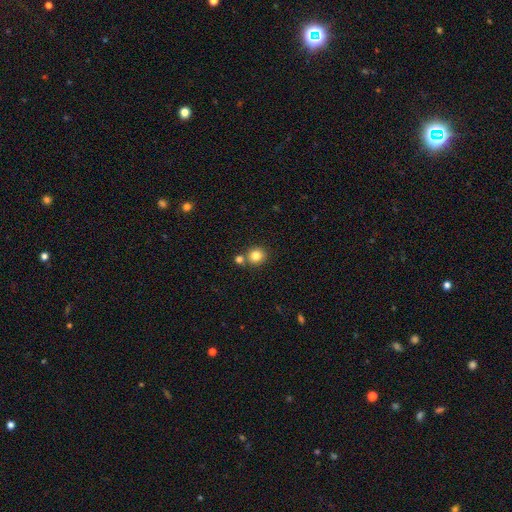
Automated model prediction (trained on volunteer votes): smooth_or_featured: smooth (p=0.82) [alt: star or artifact p=0.11]
how_rounded: round (p=0.88) [alt: in between p=0.11]
merging: none (p=0.71) [alt: merger p=0.19]